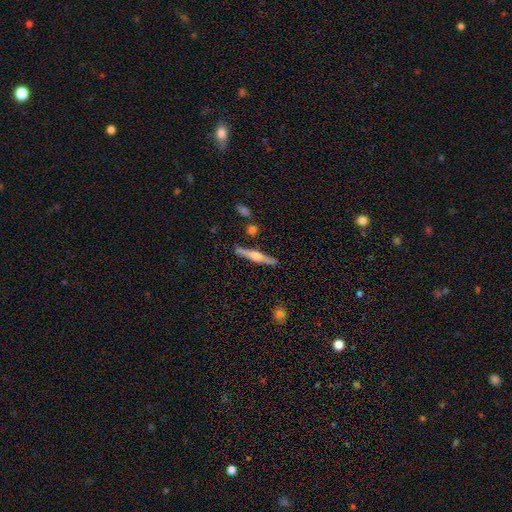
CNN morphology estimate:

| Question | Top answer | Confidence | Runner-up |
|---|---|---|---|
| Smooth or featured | featured or disk | 71% | smooth (23%) |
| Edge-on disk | yes | 98% | no (2%) |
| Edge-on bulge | rounded | 84% | boxy (10%) |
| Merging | none | 88% | minor disturbance (7%) |